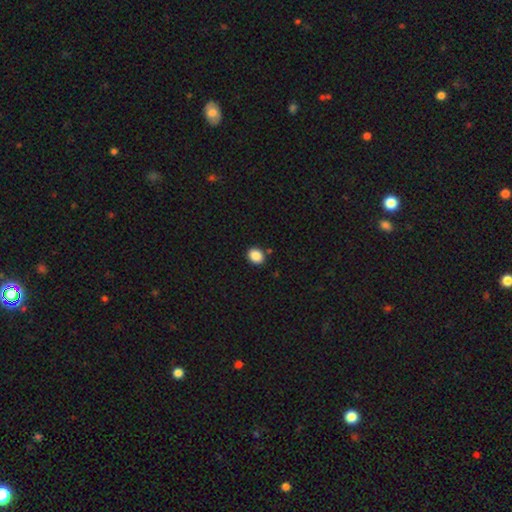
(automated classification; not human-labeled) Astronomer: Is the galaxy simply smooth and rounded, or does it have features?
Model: smooth — 88%.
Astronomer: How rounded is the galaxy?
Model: round — 50% (runner-up: in between, 49%).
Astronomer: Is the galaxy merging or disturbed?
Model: none — 88%.